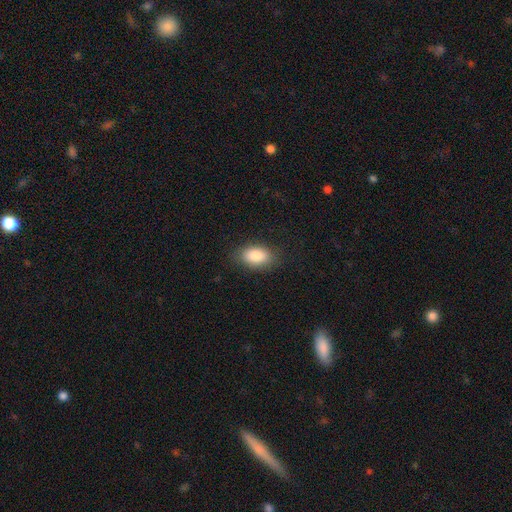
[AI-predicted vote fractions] Smooth or featured?
  - smooth: 86% *
  - star or artifact: 7%
  - featured or disk: 7%
How rounded?
  - in between: 90% *
  - round: 8%
  - cigar-shaped: 2%
Merging?
  - none: 84% *
  - minor disturbance: 11%
  - major disturbance: 3%
  - merger: 1%